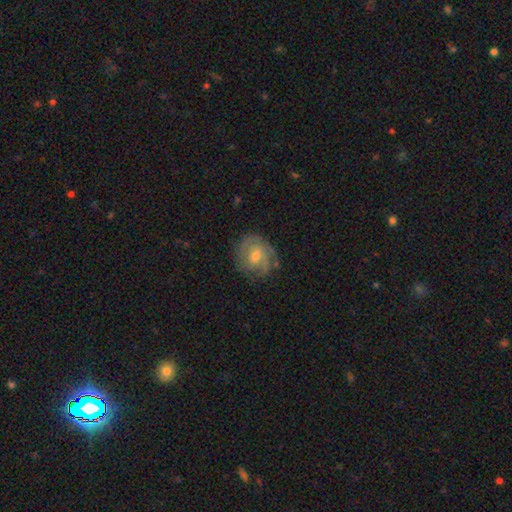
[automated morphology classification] type=featured or disk (59%); edge-on=no (96%); bar=no (51%); spiral arms=yes (79%); bulge=moderate (54%); merging=none (70%).